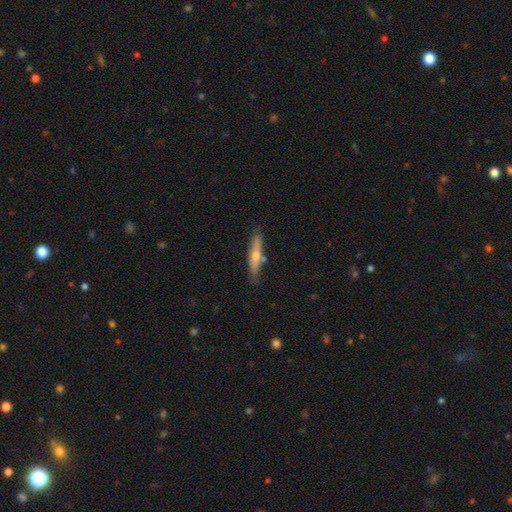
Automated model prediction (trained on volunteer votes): Overall: featured or disk (47%, tied with smooth). Merging: none (77%).